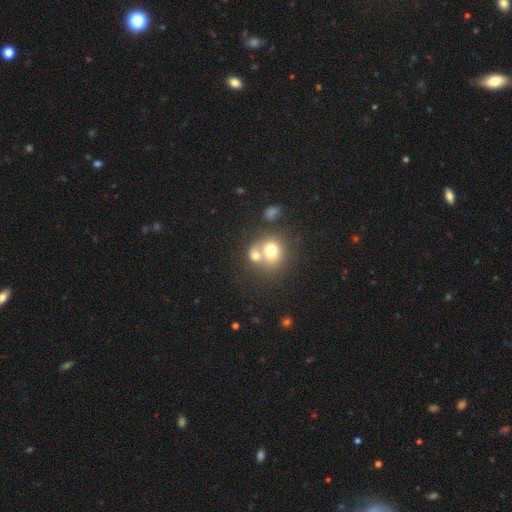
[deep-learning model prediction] smooth-or-featured: smooth: 70% | featured or disk: 18% | star or artifact: 12%
  how-rounded: round: 70% | in between: 29% | cigar-shaped: 1%
  merging: merger: 58% | none: 30% | minor disturbance: 8% | major disturbance: 5%